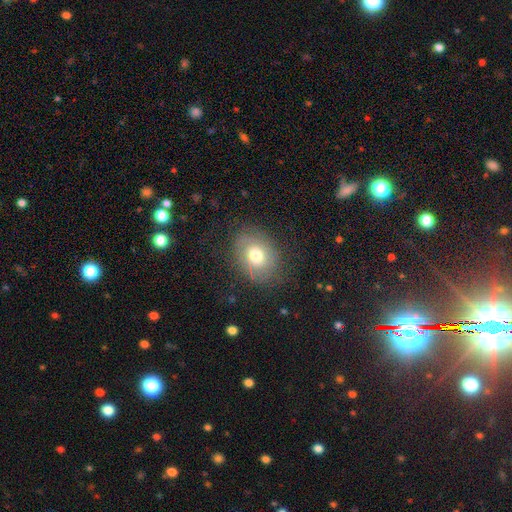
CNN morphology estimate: smooth-or-featured: smooth: 57% | featured or disk: 32% | star or artifact: 11%
  how-rounded: in between: 57% | round: 42% | cigar-shaped: 1%
  merging: none: 74% | minor disturbance: 17% | major disturbance: 8% | merger: 1%